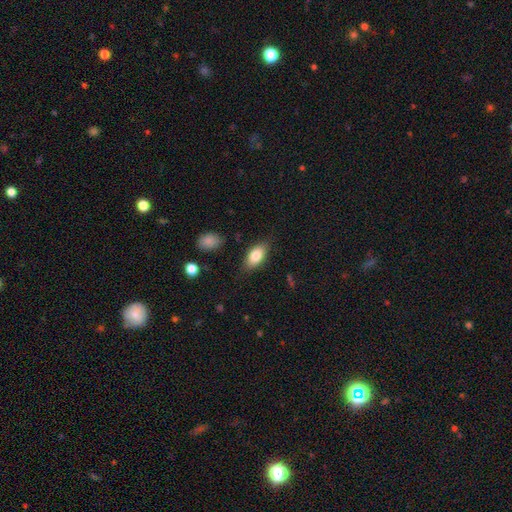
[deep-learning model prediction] This is clearly a smooth galaxy (80%). How rounded: clearly in between (90%). Merging: likely none (79%).